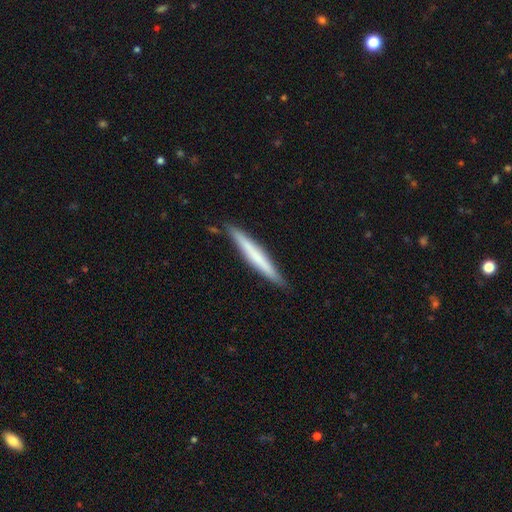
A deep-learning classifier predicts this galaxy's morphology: smooth 57%, featured or disk 37%, star or artifact 5%. Down the decision tree: how rounded — cigar-shaped (96%); merging — none (88%).